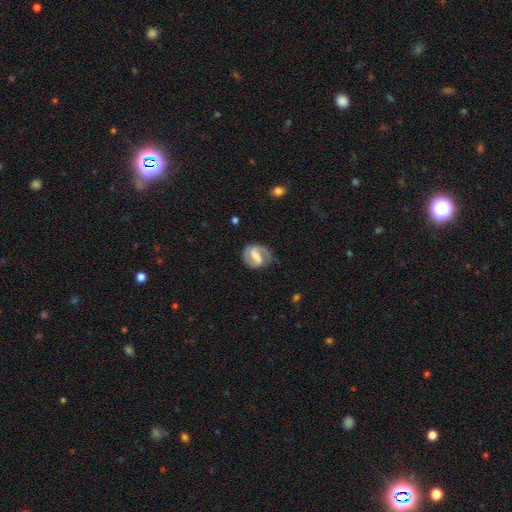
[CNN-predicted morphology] featured or disk 79%, smooth 15%, star or artifact 6%. Down the decision tree: edge-on disk — no (98%); bar — strong (53%); spiral arms — yes (92%); spiral arm count — 2 (84%); spiral winding — medium (47%); bulge size — none (36%); merging — none (72%).